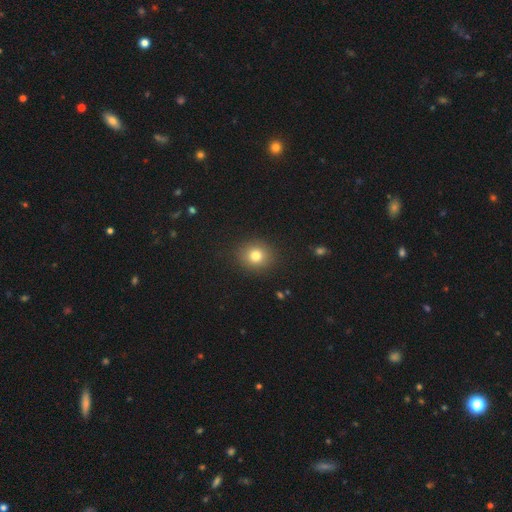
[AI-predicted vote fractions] Smooth or featured?
  - smooth: 79% *
  - star or artifact: 12%
  - featured or disk: 8%
How rounded?
  - round: 80% *
  - in between: 19%
  - cigar-shaped: 1%
Merging?
  - none: 89% *
  - minor disturbance: 7%
  - major disturbance: 2%
  - merger: 1%